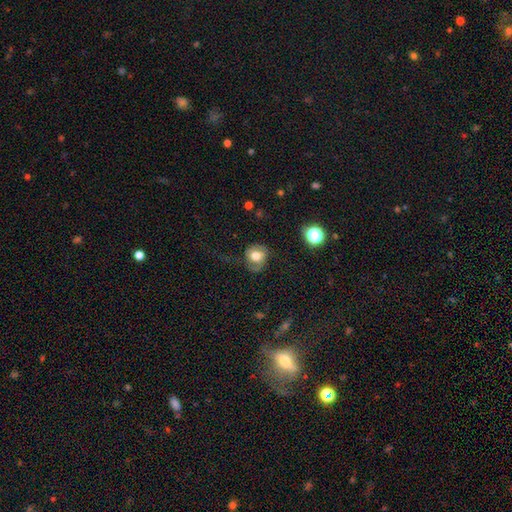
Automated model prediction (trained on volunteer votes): This is likely a smooth galaxy (60%). How rounded: likely round (67%). Merging: possibly none (51%).